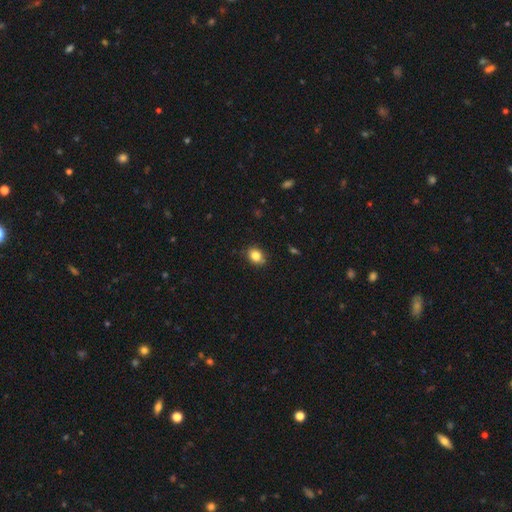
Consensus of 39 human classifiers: This appears to be a smooth galaxy with no disk features (92%) that is in between round and cigar-shaped (58%). Merging: none (79%).